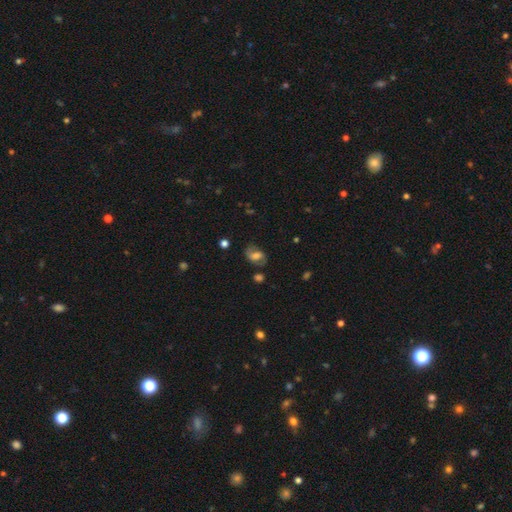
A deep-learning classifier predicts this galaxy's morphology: type=featured or disk (54%); edge-on=no (95%); bar=weak (43%); spiral arms=yes (79%); bulge=moderate (35%); merging=none (65%).